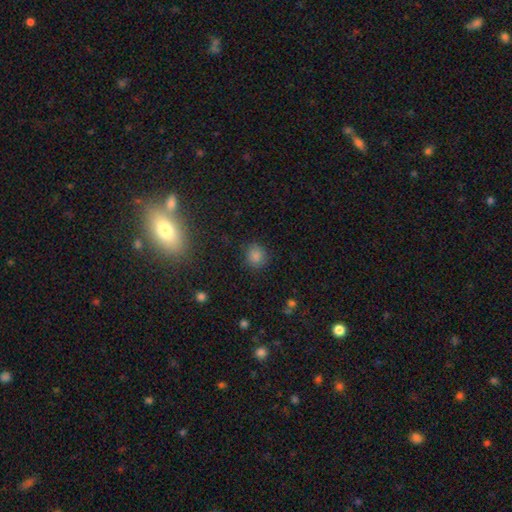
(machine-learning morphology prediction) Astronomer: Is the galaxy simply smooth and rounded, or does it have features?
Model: smooth — 81%.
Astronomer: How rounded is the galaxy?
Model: round — 84%.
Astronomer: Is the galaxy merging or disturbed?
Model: none — 85%.